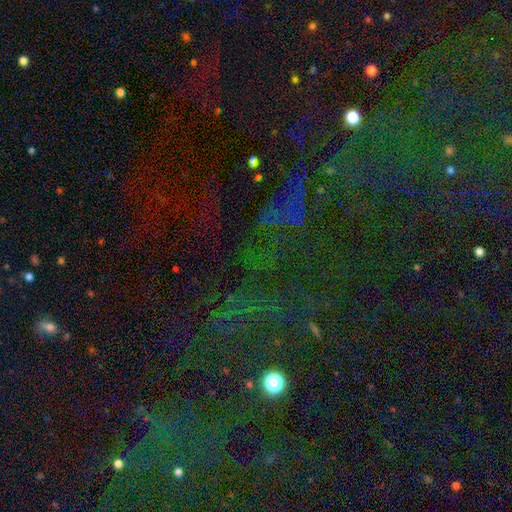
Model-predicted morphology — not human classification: Smooth or featured: star or artifact — 73% (smooth — 15%)